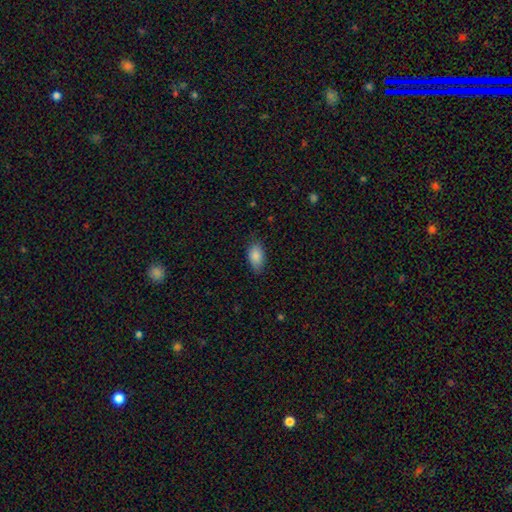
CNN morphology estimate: A smooth galaxy with no disk features (87%) that is in between round and cigar-shaped (92%). Merging: none (79%).